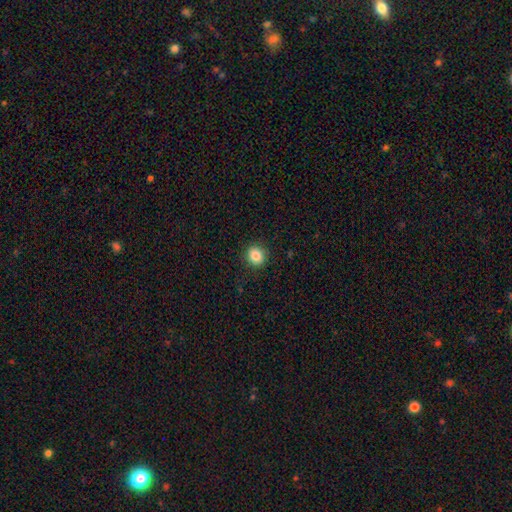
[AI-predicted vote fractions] A smooth galaxy with no disk features (86%) that is round (84%).

Vote fractions:
- Smooth or featured? smooth: 86% / star or artifact: 10% / featured or disk: 5%
- How rounded? round: 84% / in between: 15% / cigar-shaped: 1%
- Merging? none: 91% / minor disturbance: 6% / major disturbance: 2% / merger: 1%